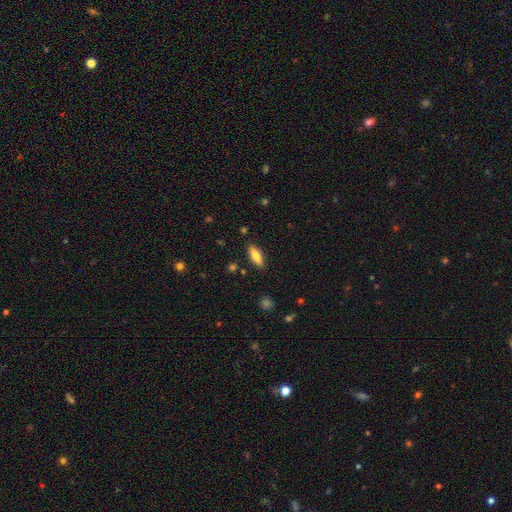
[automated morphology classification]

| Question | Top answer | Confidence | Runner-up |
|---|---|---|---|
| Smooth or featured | smooth | 75% | featured or disk (19%) |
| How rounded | in between | 61% | cigar-shaped (37%) |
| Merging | none | 86% | minor disturbance (10%) |